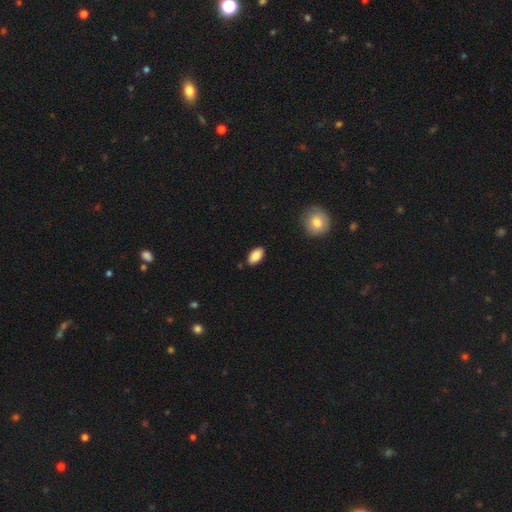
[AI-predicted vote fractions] The model was most divided on "merging": none: 86%, minor disturbance: 10%, major disturbance: 2%, merger: 1%. More confident: how rounded — in between (94%); smooth or featured — smooth (88%).